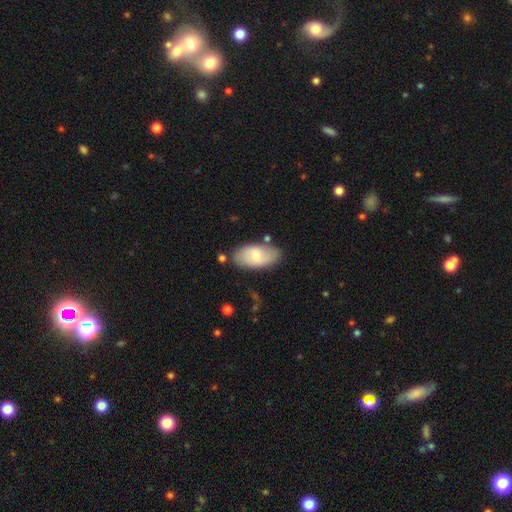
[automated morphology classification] Smooth or featured: smooth — 63% (featured or disk — 32%)
How rounded: in between — 94% (round — 3%)
Merging: none — 76% (minor disturbance — 15%)